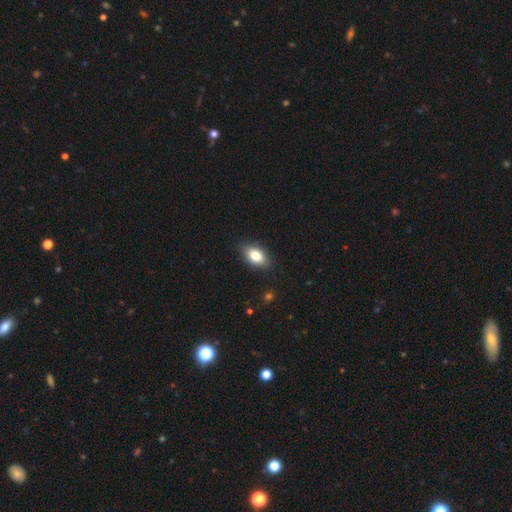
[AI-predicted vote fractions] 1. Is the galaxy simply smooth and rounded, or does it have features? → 80% smooth, 12% featured or disk, 8% star or artifact.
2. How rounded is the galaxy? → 89% in between, 8% round, 3% cigar-shaped.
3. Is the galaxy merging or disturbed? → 86% none, 11% minor disturbance, 2% major disturbance, 1% merger.